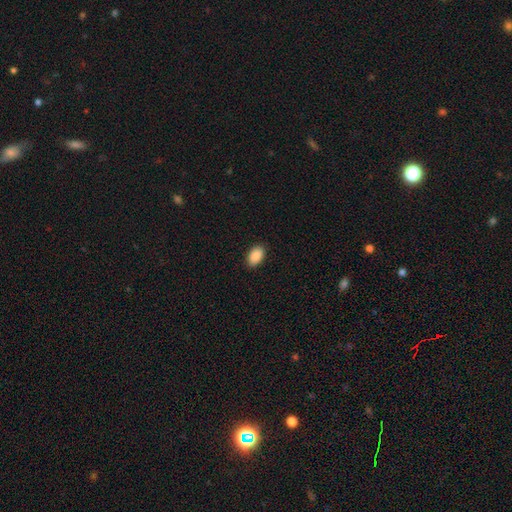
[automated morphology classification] Smooth or featured? Predicted: smooth (p=0.90). How rounded? Predicted: in between (p=0.93). Merging? Predicted: none (p=0.89).